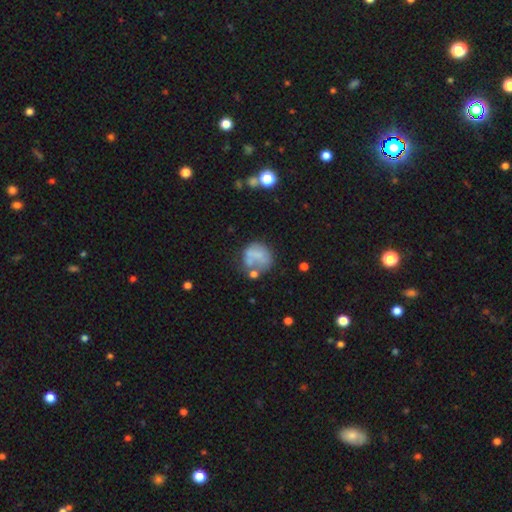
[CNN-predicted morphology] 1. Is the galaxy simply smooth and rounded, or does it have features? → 57% smooth, 32% featured or disk, 11% star or artifact.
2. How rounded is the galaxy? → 78% round, 21% in between, 1% cigar-shaped.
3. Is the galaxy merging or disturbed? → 43% none, 23% minor disturbance, 21% major disturbance, 13% merger.